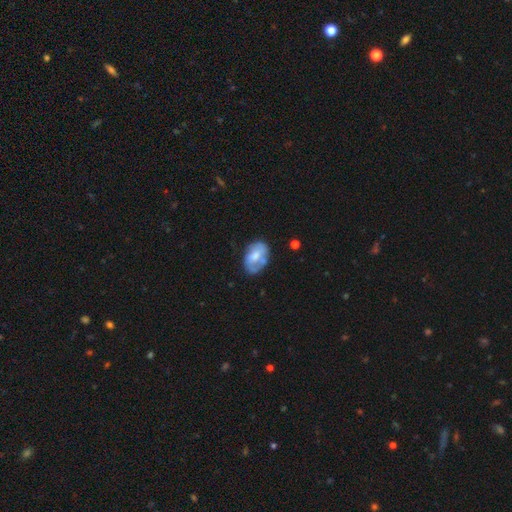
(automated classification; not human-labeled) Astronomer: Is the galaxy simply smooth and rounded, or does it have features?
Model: smooth — 50% (runner-up: featured or disk, 44%).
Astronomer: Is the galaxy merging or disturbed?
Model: none — 52% (runner-up: minor disturbance, 29%).